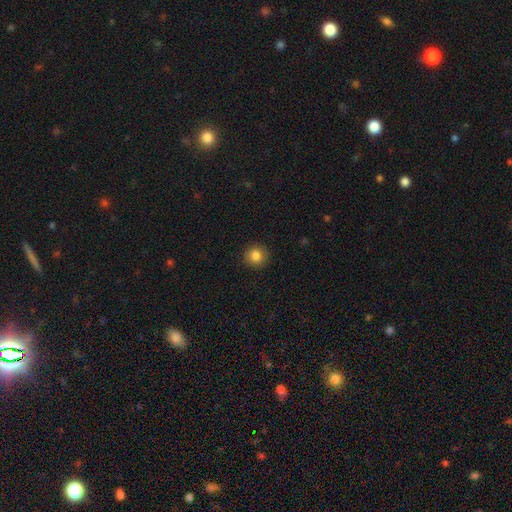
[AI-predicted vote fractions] Morphology: type=smooth (84%); roundness=round (92%); merging=none (91%).